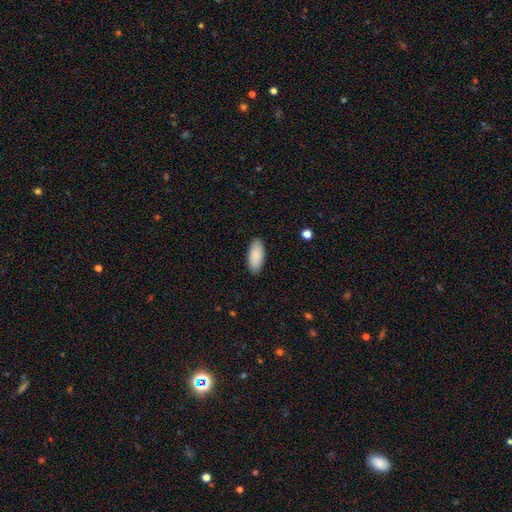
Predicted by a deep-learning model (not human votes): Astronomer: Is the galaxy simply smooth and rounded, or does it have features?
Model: smooth — 90%.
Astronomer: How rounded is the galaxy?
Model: in between — 88%.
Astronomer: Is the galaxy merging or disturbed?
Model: none — 89%.